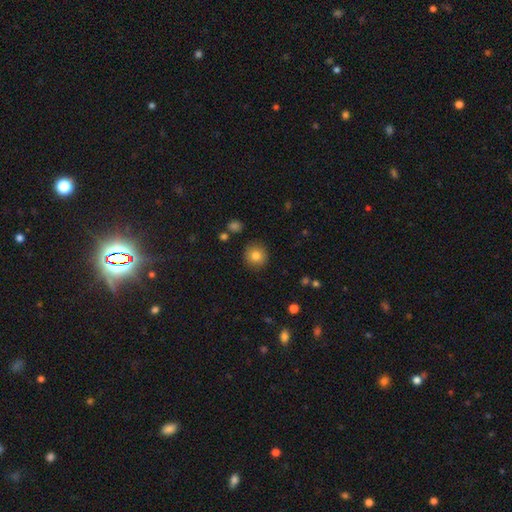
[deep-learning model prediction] Smooth or featured? smooth (81%)
How rounded? round (93%)
Merging? none (90%)